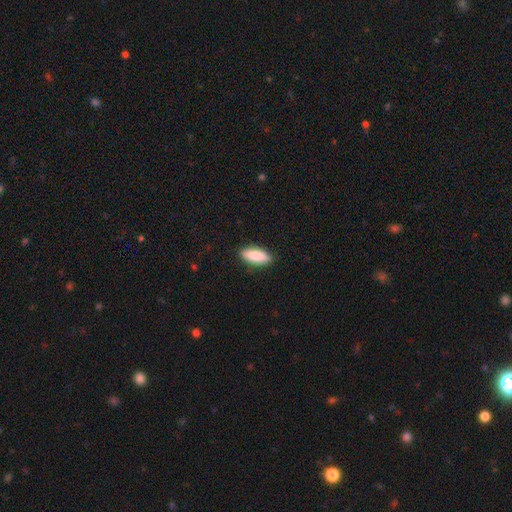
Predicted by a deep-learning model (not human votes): The model was most divided on "how rounded": in between: 74%, cigar-shaped: 24%, round: 2%. More confident: merging — none (88%); smooth or featured — smooth (85%).